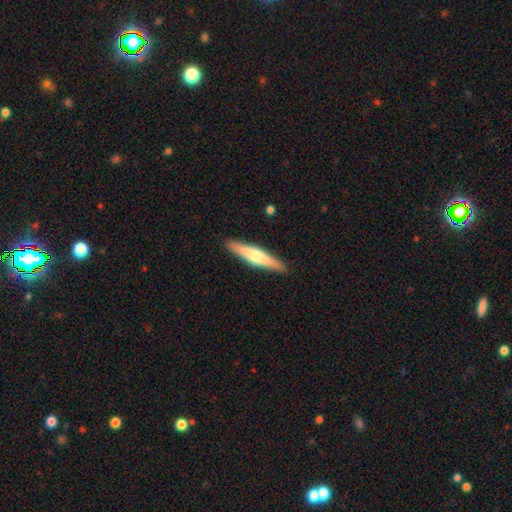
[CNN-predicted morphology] Q: Smooth or featured?
A: smooth (49%); runner-up: featured or disk (46%)
Q: Merging?
A: none (90%); runner-up: minor disturbance (7%)